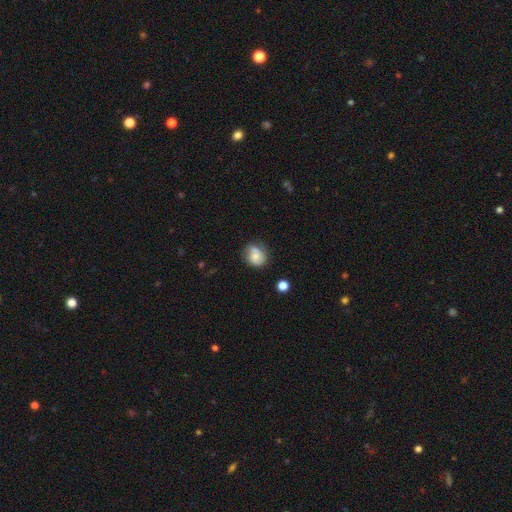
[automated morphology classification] Smooth or featured? smooth (62%)
How rounded? round (66%)
Merging? none (59%)